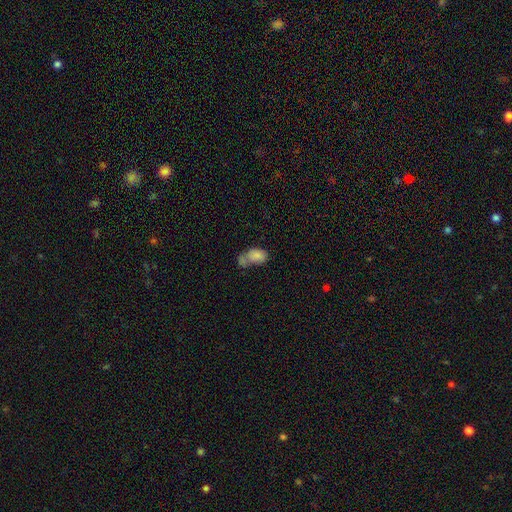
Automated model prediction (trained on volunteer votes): smooth_or_featured: smooth (p=0.79) [alt: featured or disk p=0.13]
how_rounded: in between (p=0.86) [alt: round p=0.12]
merging: merger (p=0.43) [alt: none p=0.27]